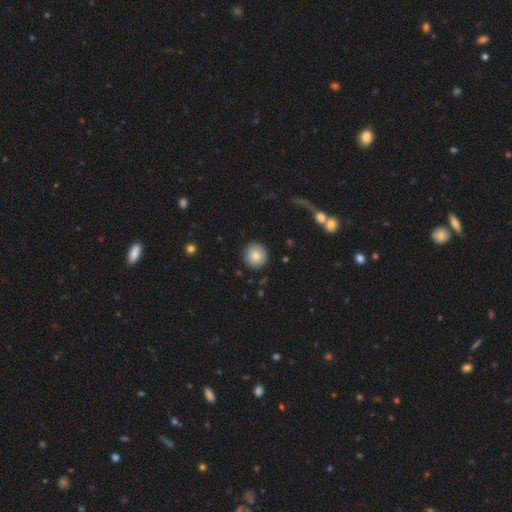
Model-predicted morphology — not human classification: type=smooth (83%); roundness=round (95%); merging=none (91%).